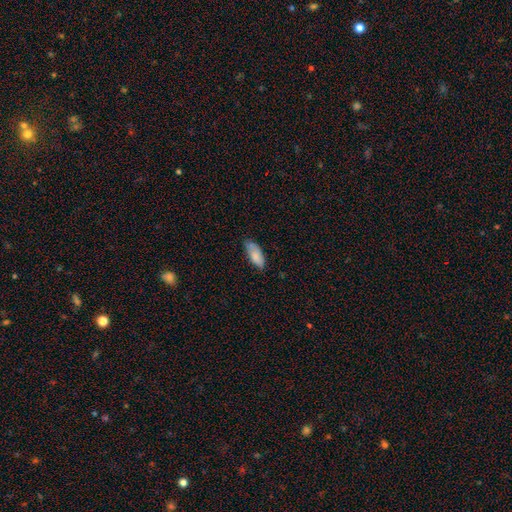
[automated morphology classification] Smooth or featured? smooth (84%)
How rounded? in between (82%)
Merging? none (64%)